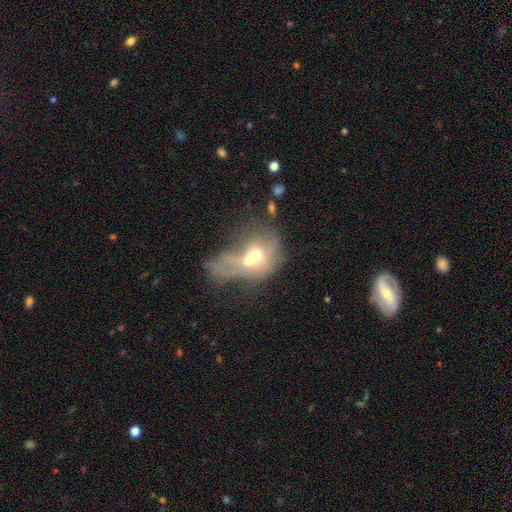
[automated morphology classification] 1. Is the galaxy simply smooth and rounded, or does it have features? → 43% featured or disk, 41% smooth, 15% star or artifact.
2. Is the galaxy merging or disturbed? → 56% merger, 24% major disturbance, 12% none, 9% minor disturbance.